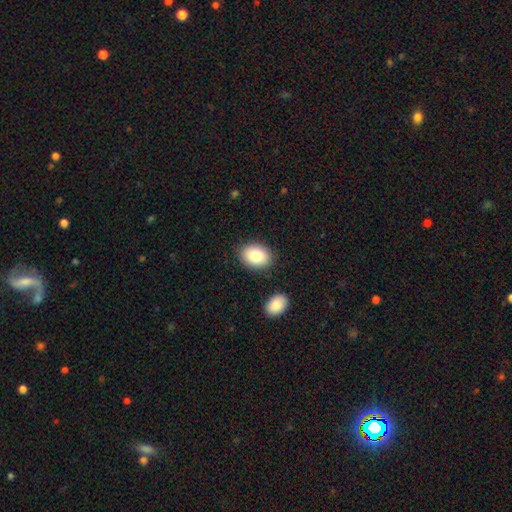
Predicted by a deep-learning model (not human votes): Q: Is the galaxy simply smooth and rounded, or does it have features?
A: smooth — 83%.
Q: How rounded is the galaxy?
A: in between — 77%.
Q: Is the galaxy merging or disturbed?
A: none — 86%.